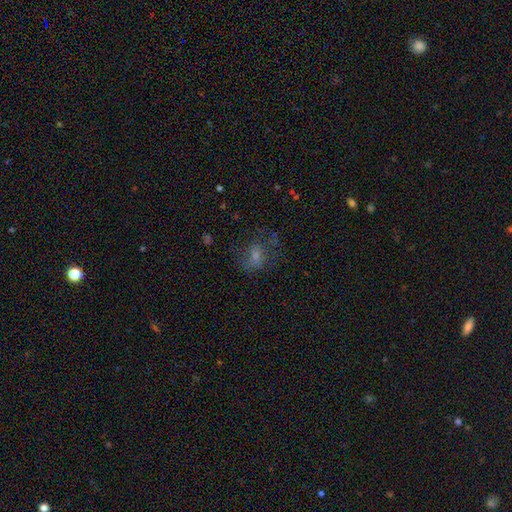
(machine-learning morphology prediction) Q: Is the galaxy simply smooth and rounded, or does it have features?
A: smooth — 55%.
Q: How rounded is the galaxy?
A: in between — 56%.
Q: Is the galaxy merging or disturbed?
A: none — 55%.